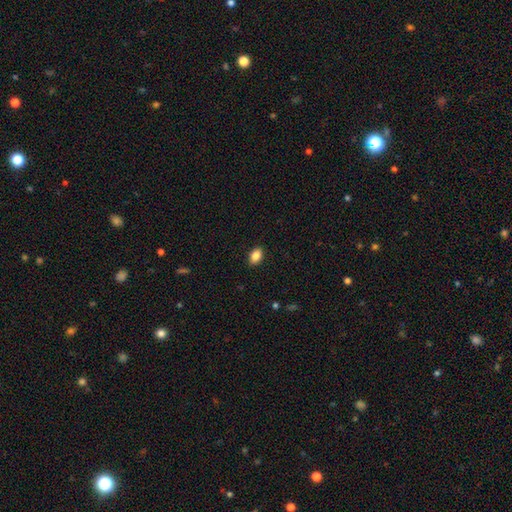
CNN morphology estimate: type=smooth (86%); roundness=in between (87%); merging=none (89%).